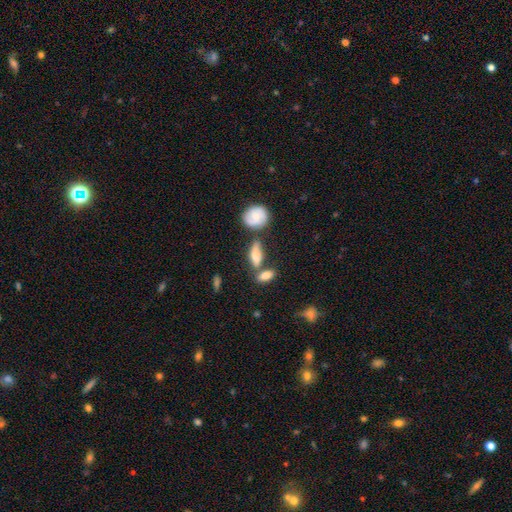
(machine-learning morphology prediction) The model was most divided on "merging": none: 47%, merger: 28%, minor disturbance: 18%, major disturbance: 8%. More confident: smooth or featured — smooth (73%); how rounded — in between (70%).